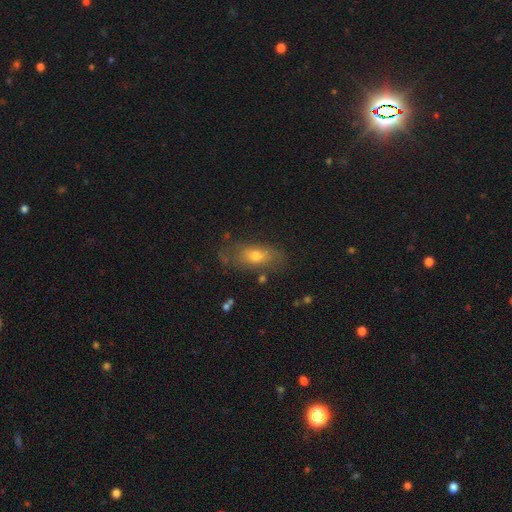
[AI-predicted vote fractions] Smooth or featured? smooth (61%)
How rounded? in between (79%)
Merging? none (67%)